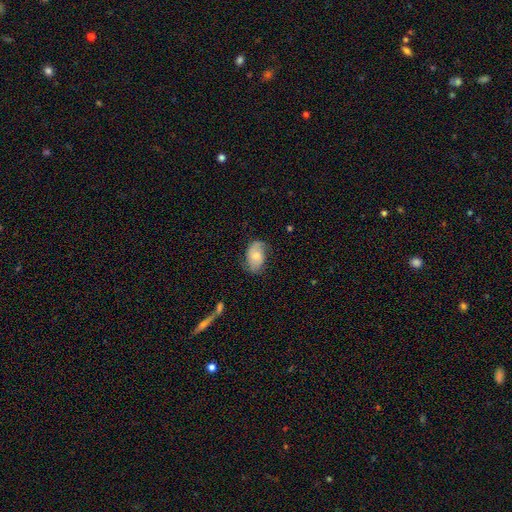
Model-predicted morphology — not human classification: smooth-or-featured: smooth: 51% | featured or disk: 41% | star or artifact: 7%
  how-rounded: in between: 87% | round: 11% | cigar-shaped: 2%
  merging: none: 64% | minor disturbance: 26% | major disturbance: 8% | merger: 2%